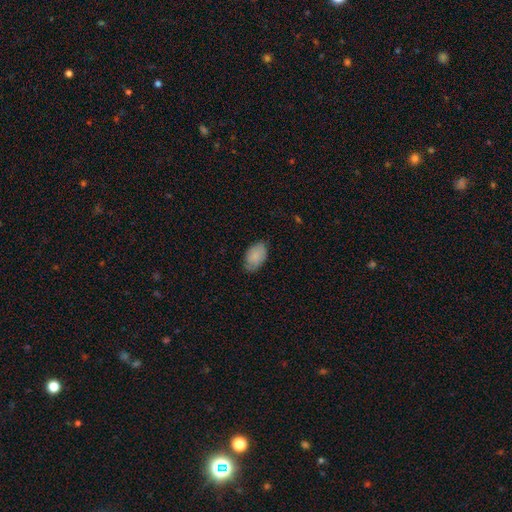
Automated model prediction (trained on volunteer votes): smooth-or-featured: smooth: 83% | featured or disk: 11% | star or artifact: 7%
  how-rounded: in between: 92% | round: 7% | cigar-shaped: 1%
  merging: none: 70% | minor disturbance: 24% | major disturbance: 4% | merger: 1%